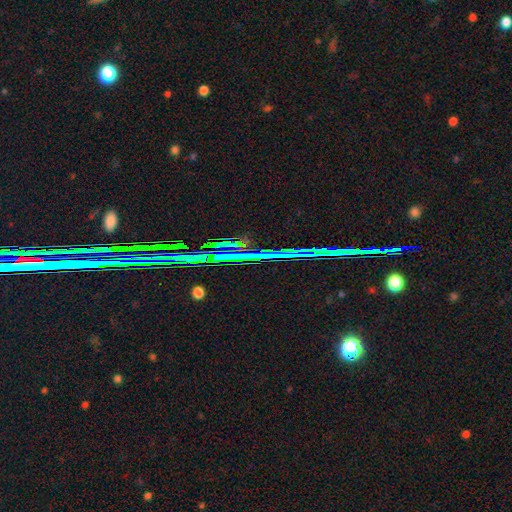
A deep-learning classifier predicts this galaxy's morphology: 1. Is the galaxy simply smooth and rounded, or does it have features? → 79% star or artifact, 13% featured or disk, 8% smooth.